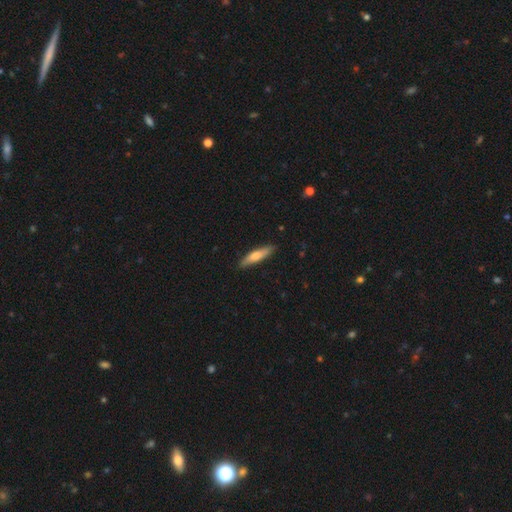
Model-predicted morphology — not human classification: Smooth or featured?
  - smooth: 62% *
  - featured or disk: 32%
  - star or artifact: 5%
How rounded?
  - cigar-shaped: 80% *
  - in between: 18%
  - round: 2%
Merging?
  - none: 87% *
  - minor disturbance: 10%
  - major disturbance: 2%
  - merger: 1%